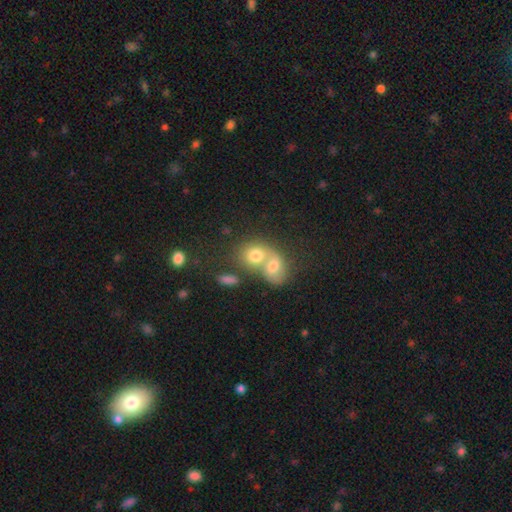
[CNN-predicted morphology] Overall: smooth (68%). How rounded: round (57%; in between 41%). Merging: merger (66%).